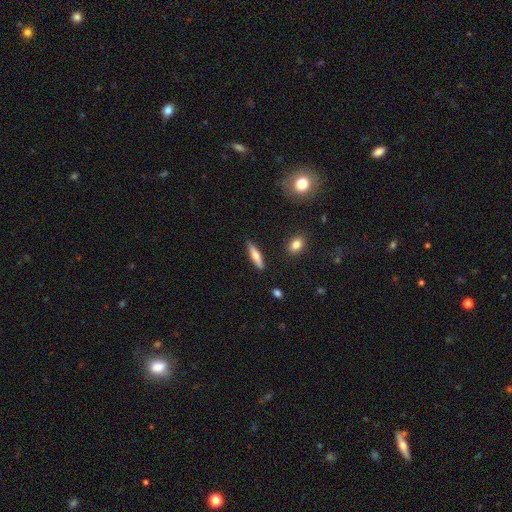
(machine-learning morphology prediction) smooth 65%, featured or disk 29%, star or artifact 6%. Down the decision tree: how rounded — cigar-shaped (76%); merging — none (88%).